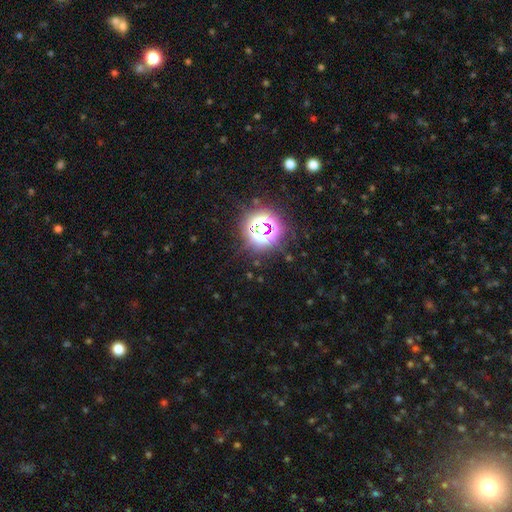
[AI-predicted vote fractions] The model was most divided on "smooth or featured": star or artifact: 78%, smooth: 15%, featured or disk: 7%.